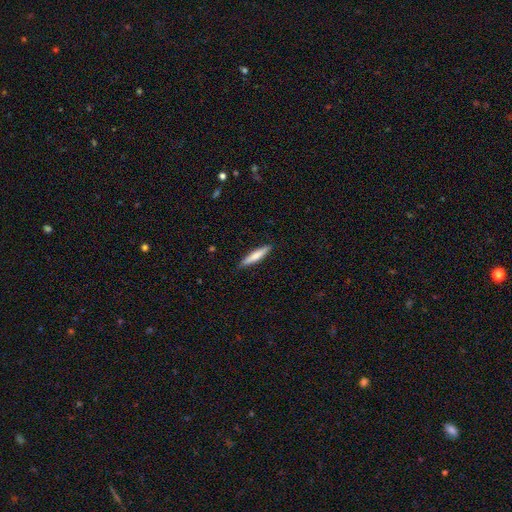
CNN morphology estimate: Smooth or featured?
  - smooth: 71% *
  - featured or disk: 23%
  - star or artifact: 5%
How rounded?
  - cigar-shaped: 89% *
  - in between: 10%
  - round: 1%
Merging?
  - none: 89% *
  - minor disturbance: 8%
  - major disturbance: 2%
  - merger: 1%